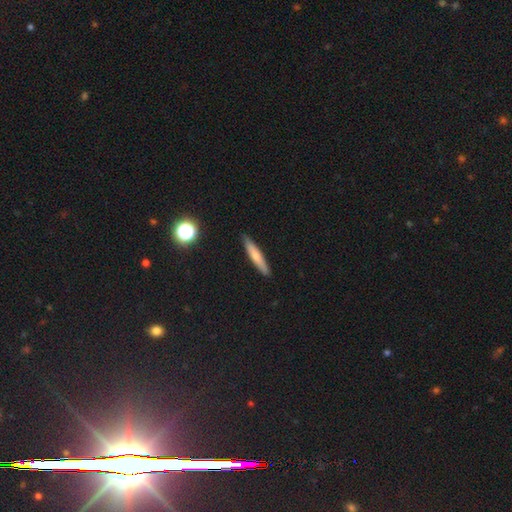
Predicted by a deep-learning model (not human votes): Smooth or featured?
  - smooth: 63% *
  - featured or disk: 30%
  - star or artifact: 7%
How rounded?
  - cigar-shaped: 90% *
  - in between: 8%
  - round: 2%
Merging?
  - none: 89% *
  - minor disturbance: 8%
  - major disturbance: 1%
  - merger: 1%